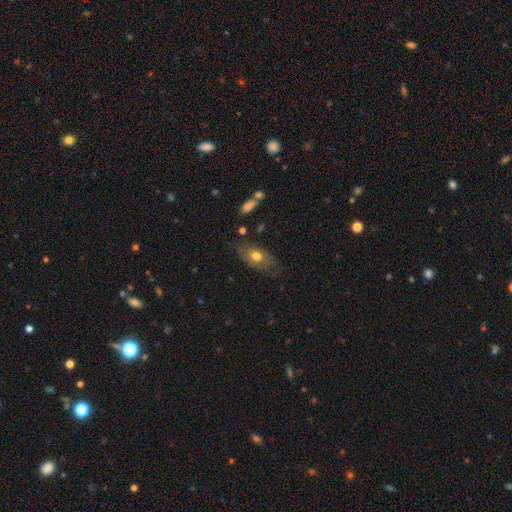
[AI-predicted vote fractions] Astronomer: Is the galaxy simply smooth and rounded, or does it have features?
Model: smooth — 54% (runner-up: featured or disk, 38%).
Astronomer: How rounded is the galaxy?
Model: in between — 82%.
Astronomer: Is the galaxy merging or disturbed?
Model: none — 63%.